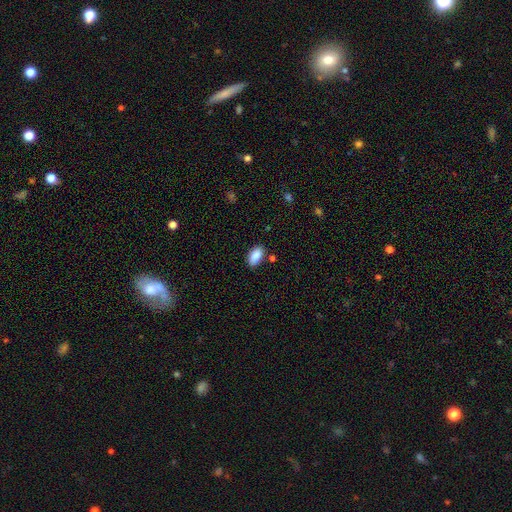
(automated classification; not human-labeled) Smooth or featured? smooth (87%)
How rounded? in between (93%)
Merging? none (79%)